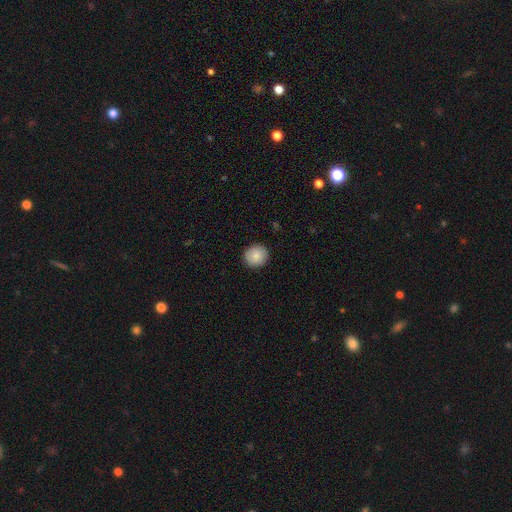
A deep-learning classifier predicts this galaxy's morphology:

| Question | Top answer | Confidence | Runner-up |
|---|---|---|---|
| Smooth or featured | smooth | 86% | star or artifact (7%) |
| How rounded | round | 85% | in between (14%) |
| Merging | none | 90% | minor disturbance (7%) |